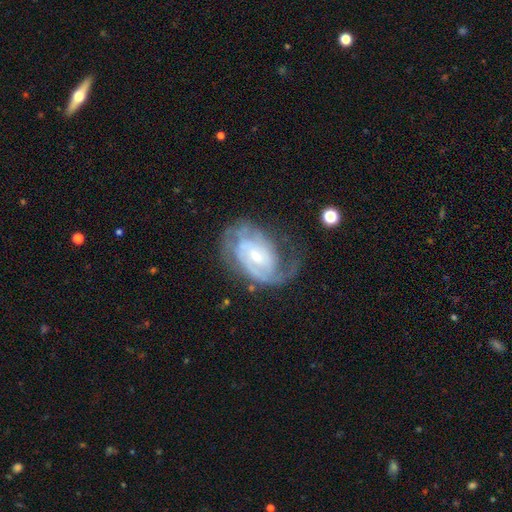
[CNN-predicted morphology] smooth_or_featured: featured or disk (p=0.86) [alt: smooth p=0.09]
disk_edge_on: no (p=0.97) [alt: yes p=0.03]
bar: weak (p=0.45) [alt: no p=0.43]
has_spiral_arms: yes (p=0.95) [alt: no p=0.05]
spiral_winding: tight (p=0.51) [alt: medium p=0.37]
spiral_arm_count: 2 (p=0.48) [alt: can't tell p=0.25]
bulge_size: small (p=0.61) [alt: moderate p=0.34]
merging: none (p=0.55) [alt: minor disturbance p=0.23]